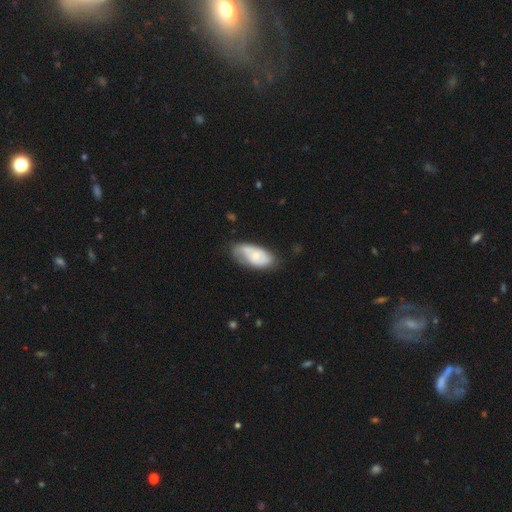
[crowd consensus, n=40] Volunteers were most divided on "merging": minor disturbance: 47%, none: 39%, major disturbance: 8%, merger: 5%. More confident: edge-on disk — no (95%); bar — no (95%); spiral arms — no (55%); smooth or featured — featured or disk (52%); bulge size — moderate (50%).